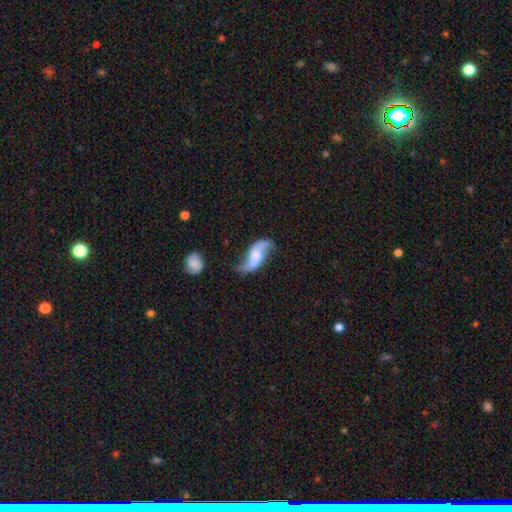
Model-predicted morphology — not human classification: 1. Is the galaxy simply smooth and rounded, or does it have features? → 76% featured or disk, 17% smooth, 6% star or artifact.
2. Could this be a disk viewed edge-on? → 94% no, 6% yes.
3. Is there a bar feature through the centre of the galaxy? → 51% no, 34% weak, 15% strong.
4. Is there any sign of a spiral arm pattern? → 94% yes, 6% no.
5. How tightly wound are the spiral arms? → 85% loose, 12% medium, 4% tight.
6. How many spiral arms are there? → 91% 2, 3% 1, 2% can't tell, 1% 3, 1% 4, 1% more than 4.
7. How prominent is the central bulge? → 37% none, 25% small, 21% moderate, 13% large, 4% dominant.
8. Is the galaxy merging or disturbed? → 57% none, 24% minor disturbance, 14% major disturbance, 5% merger.